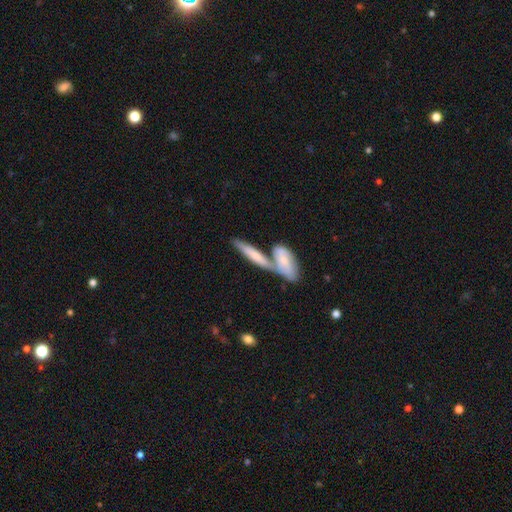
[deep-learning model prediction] smooth 49%, featured or disk 44%, star or artifact 7%. Down the decision tree: merging — merger (52%).